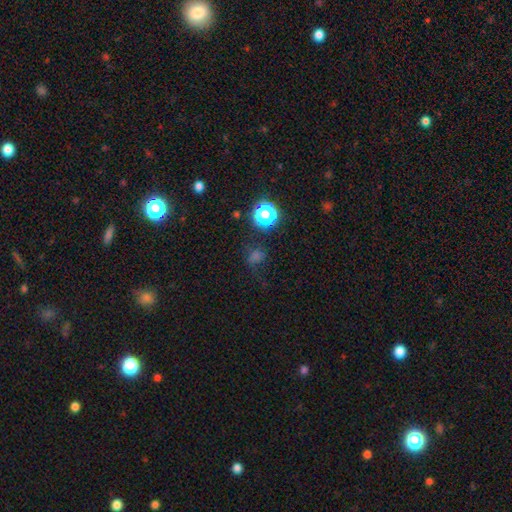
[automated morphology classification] smooth 54%, star or artifact 37%, featured or disk 9%. Down the decision tree: how rounded — round (72%); merging — none (68%).